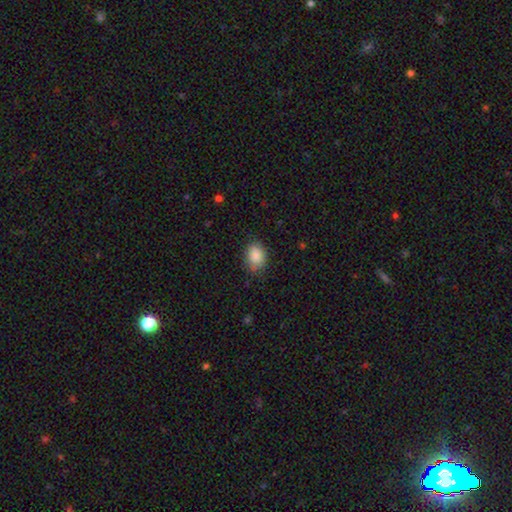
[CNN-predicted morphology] A smooth galaxy with no disk features (87%) that is in between round and cigar-shaped (71%). Merging: none (75%).